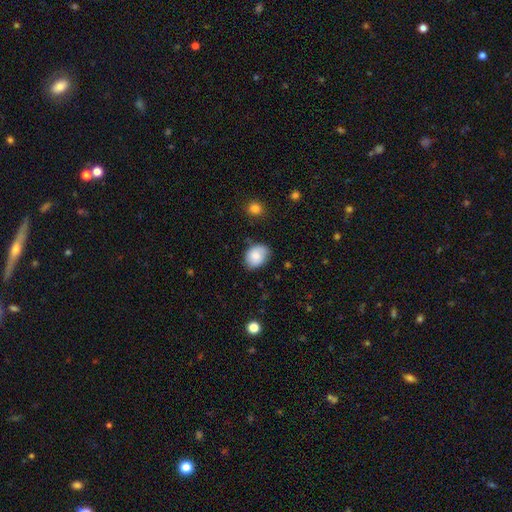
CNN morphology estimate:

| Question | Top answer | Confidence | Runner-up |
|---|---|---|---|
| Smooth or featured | smooth | 76% | featured or disk (16%) |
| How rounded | in between | 61% | round (38%) |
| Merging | none | 71% | minor disturbance (23%) |